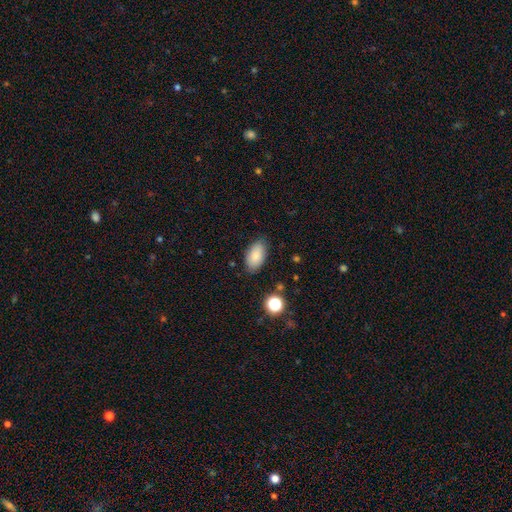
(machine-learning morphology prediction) Smooth or featured: smooth — 85% (star or artifact — 8%)
How rounded: in between — 94% (round — 4%)
Merging: none — 83% (minor disturbance — 13%)